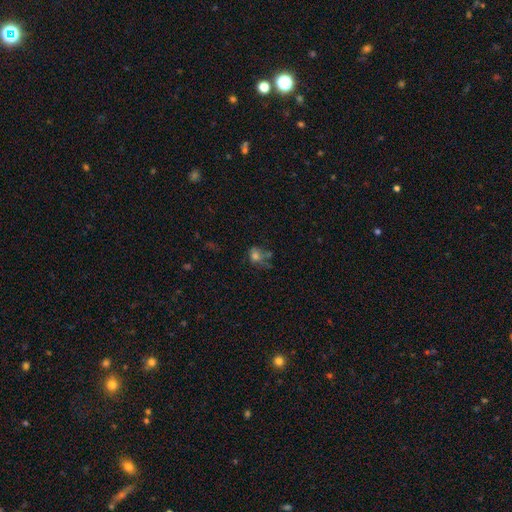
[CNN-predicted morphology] A smooth galaxy with no disk features (59%) that is round (55%).

Vote fractions:
- Smooth or featured? smooth: 59% / featured or disk: 22% / star or artifact: 19%
- How rounded? round: 55% / in between: 43% / cigar-shaped: 1%
- Merging? none: 37% / major disturbance: 26% / minor disturbance: 22% / merger: 15%